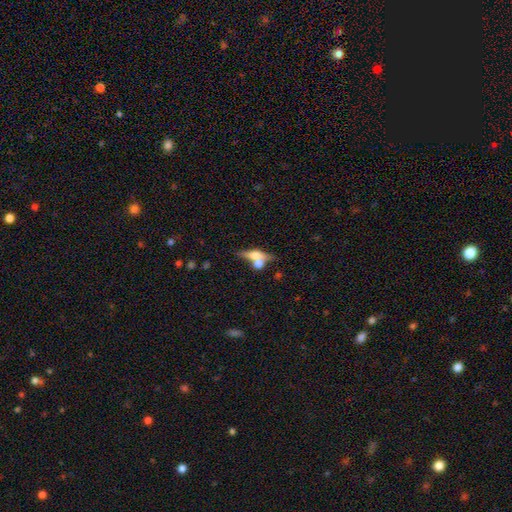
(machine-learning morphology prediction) featured or disk 51%, smooth 41%, star or artifact 8%. Down the decision tree: edge-on disk — yes (87%); merging — none (53%).